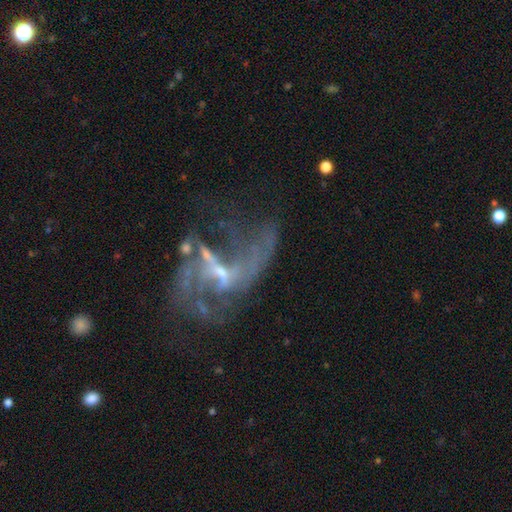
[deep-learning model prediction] This appears to be a featured or disk galaxy (81%) with a weak bar (44%), 2 (59%) loose (76%) spiral arms (75%) and a small central bulge (60%). Merging: major disturbance (37%).